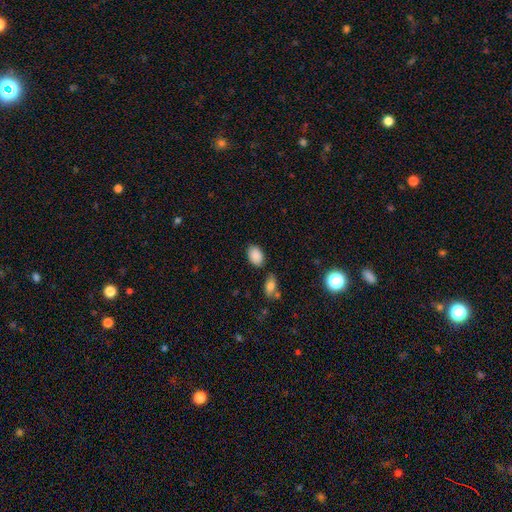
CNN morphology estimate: Smooth or featured? Predicted: smooth (p=0.88). How rounded? Predicted: in between (p=0.85). Merging? Predicted: none (p=0.77).